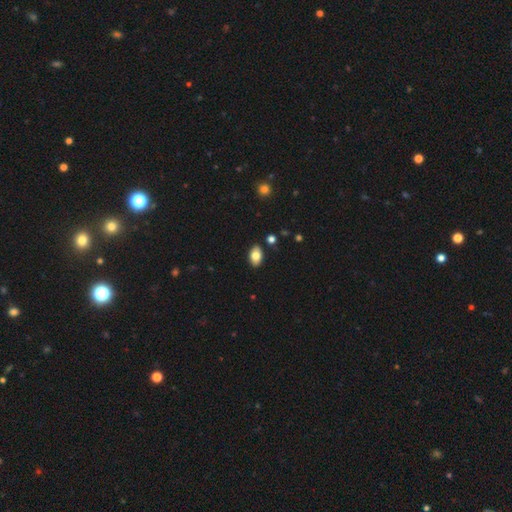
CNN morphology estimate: A smooth galaxy with no disk features (79%) that is in between round and cigar-shaped (91%).

Vote fractions:
- Smooth or featured? smooth: 79% / featured or disk: 13% / star or artifact: 8%
- How rounded? in between: 91% / round: 8% / cigar-shaped: 1%
- Merging? none: 88% / minor disturbance: 8% / major disturbance: 2% / merger: 2%